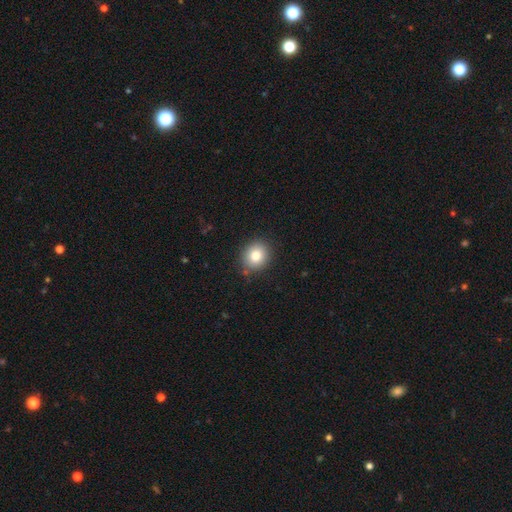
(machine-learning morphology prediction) smooth 82%, star or artifact 10%, featured or disk 8%. Down the decision tree: how rounded — round (77%); merging — none (87%).